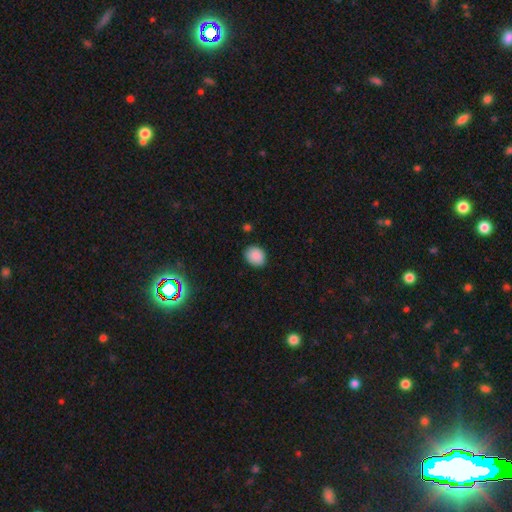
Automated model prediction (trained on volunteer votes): Overall: smooth (88%). How rounded: round (58%; in between 41%). Merging: none (85%).